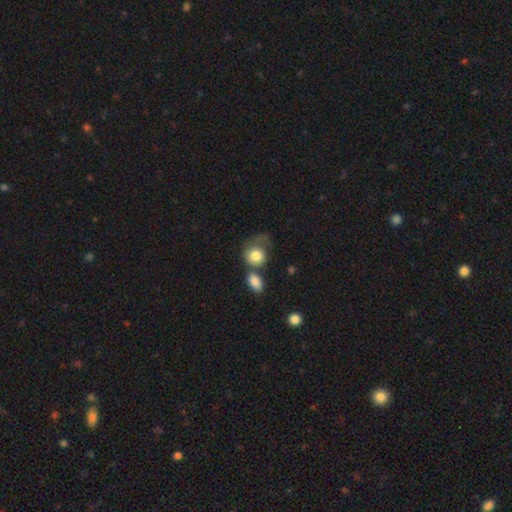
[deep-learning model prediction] Smooth or featured? Predicted: smooth (p=0.81). How rounded? Predicted: round (p=0.66). Merging? Predicted: none (p=0.29, tied with merger).